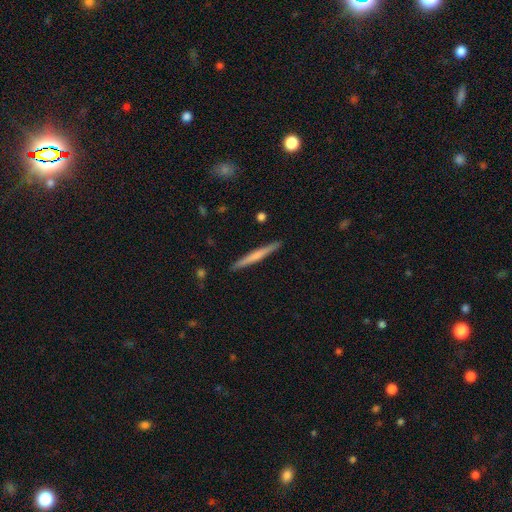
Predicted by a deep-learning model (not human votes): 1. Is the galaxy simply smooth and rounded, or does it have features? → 50% smooth, 45% featured or disk, 5% star or artifact.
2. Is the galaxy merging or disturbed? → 91% none, 6% minor disturbance, 1% major disturbance, 1% merger.